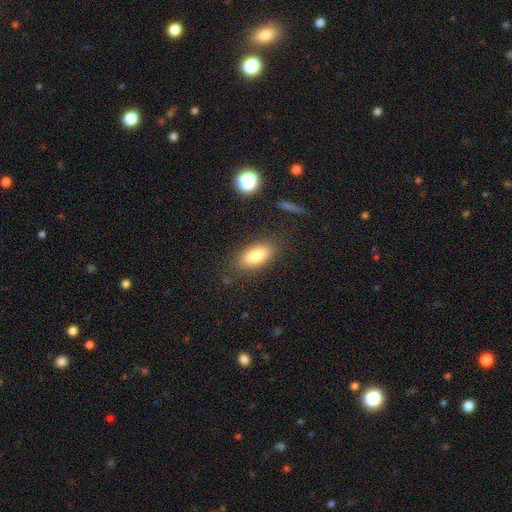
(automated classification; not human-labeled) A smooth galaxy with no disk features (83%) that is in between round and cigar-shaped (87%).

Vote fractions:
- Smooth or featured? smooth: 83% / featured or disk: 9% / star or artifact: 8%
- How rounded? in between: 87% / cigar-shaped: 9% / round: 4%
- Merging? none: 81% / minor disturbance: 12% / major disturbance: 4% / merger: 2%